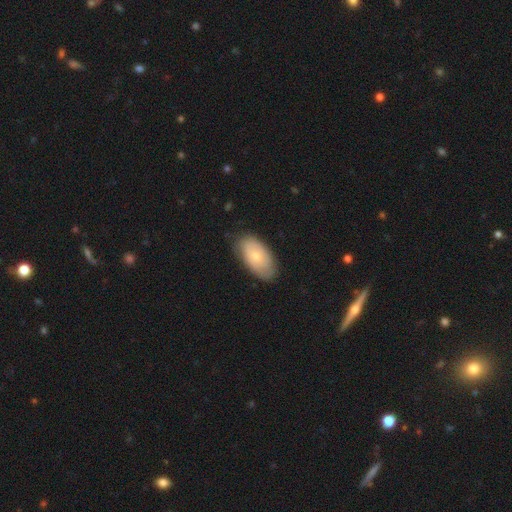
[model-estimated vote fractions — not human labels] A smooth galaxy with no disk features (61%) that is in between round and cigar-shaped (94%). Merging: none (78%).